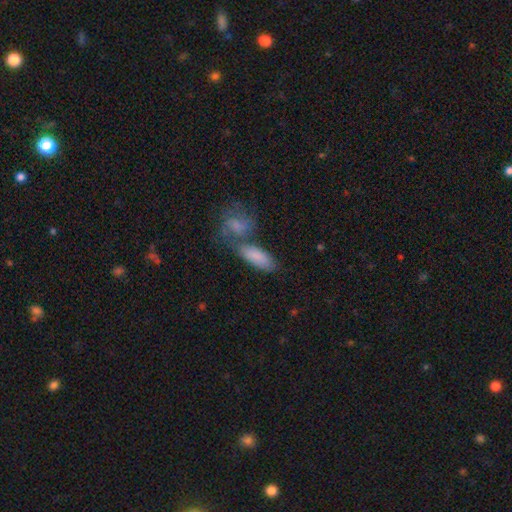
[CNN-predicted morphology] This is likely a smooth galaxy (77%). How rounded: likely in between (77%). Merging: marginally merger (43%).